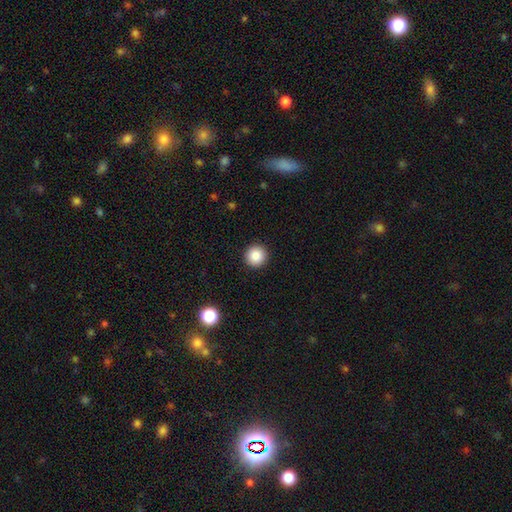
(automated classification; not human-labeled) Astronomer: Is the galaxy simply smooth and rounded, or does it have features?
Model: smooth — 87%.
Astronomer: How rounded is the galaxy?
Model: round — 96%.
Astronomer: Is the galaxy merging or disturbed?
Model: none — 93%.